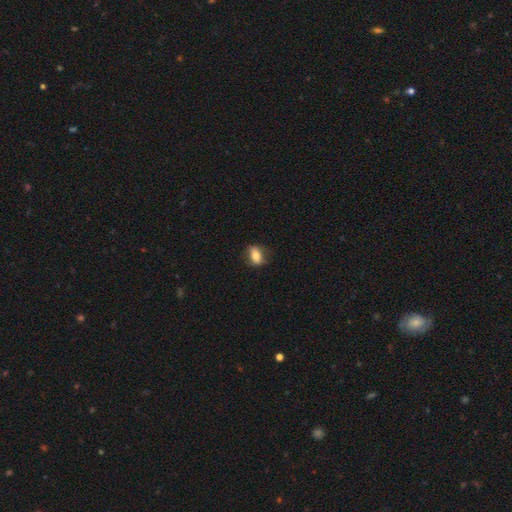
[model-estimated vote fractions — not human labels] smooth_or_featured: smooth (p=0.68) [alt: featured or disk p=0.24]
how_rounded: in between (p=0.76) [alt: round p=0.18]
merging: none (p=0.76) [alt: minor disturbance p=0.18]